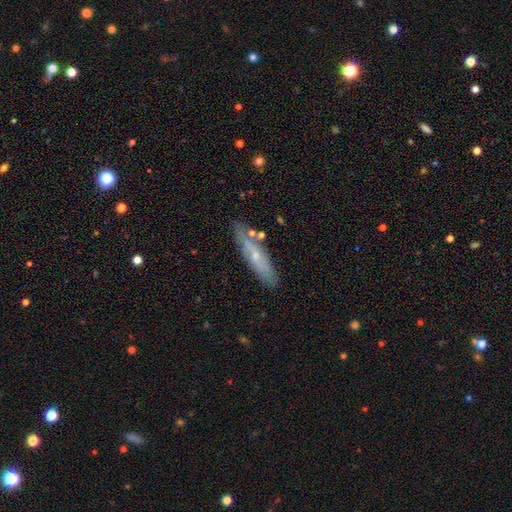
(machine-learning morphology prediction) Q: Smooth or featured?
A: featured or disk (48%); runner-up: smooth (45%)
Q: Merging?
A: none (77%); runner-up: minor disturbance (15%)